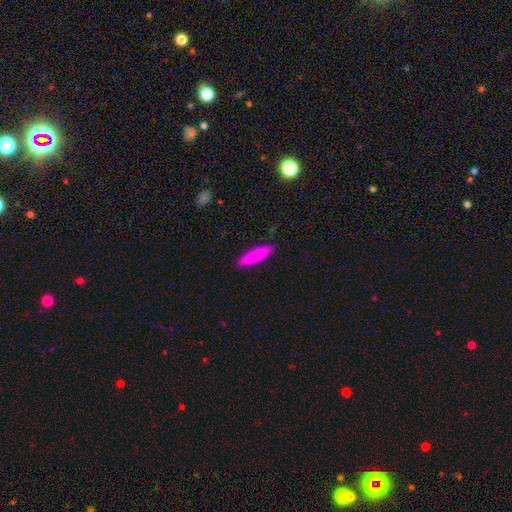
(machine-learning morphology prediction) The model was most divided on "how rounded": cigar-shaped: 77%, in between: 22%, round: 1%. More confident: merging — none (89%); smooth or featured — smooth (83%).